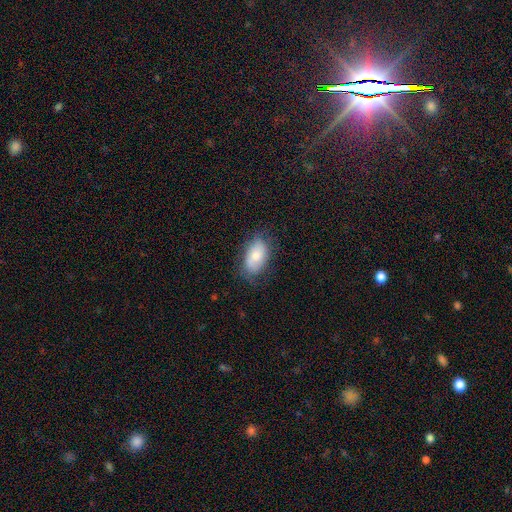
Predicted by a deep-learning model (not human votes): Smooth or featured? smooth (73%)
How rounded? in between (93%)
Merging? none (72%)